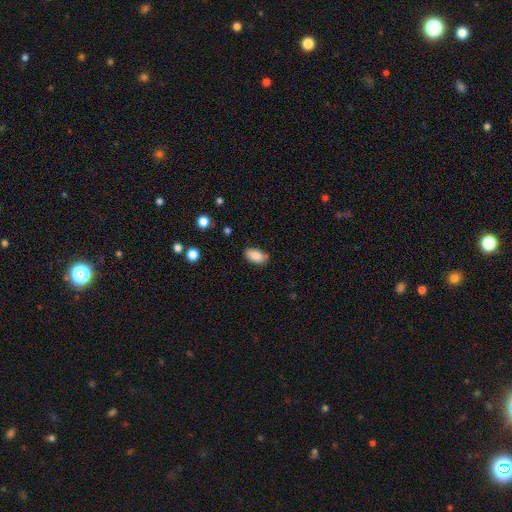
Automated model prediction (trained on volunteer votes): This appears to be a smooth galaxy with no disk features (88%) that is in between round and cigar-shaped (93%). Merging: none (83%).